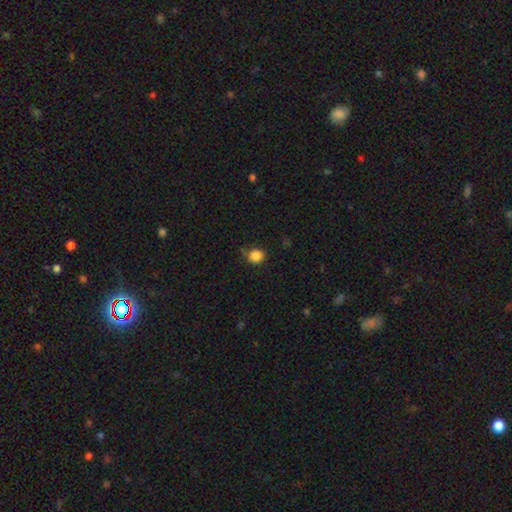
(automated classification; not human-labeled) Morphology: type=smooth (85%); roundness=round (86%); merging=none (78%).